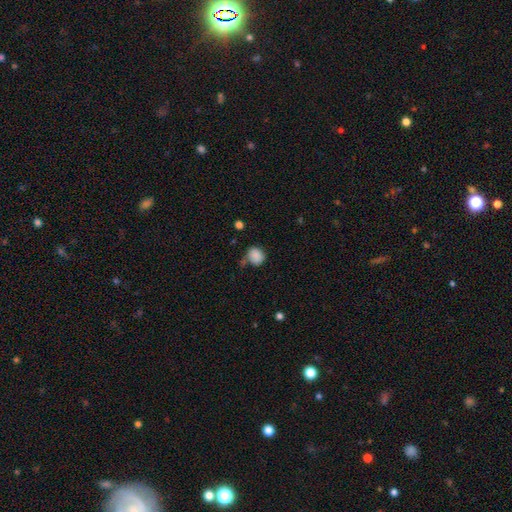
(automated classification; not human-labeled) smooth 86%, star or artifact 9%, featured or disk 5%. Down the decision tree: how rounded — round (68%); merging — none (61%).